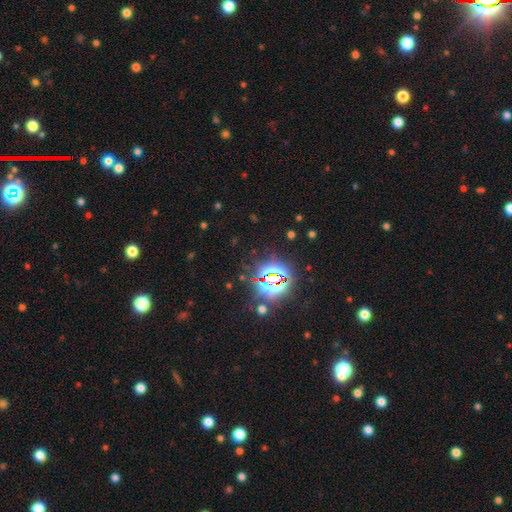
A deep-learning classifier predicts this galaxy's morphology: A star or artifact, not a galaxy (83%).